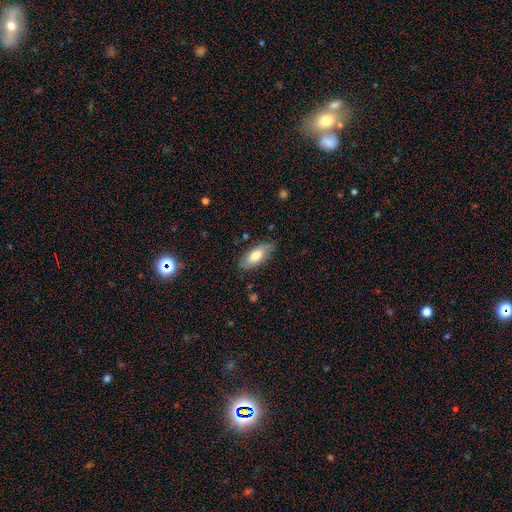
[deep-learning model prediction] A smooth galaxy with no disk features (71%) that is in between round and cigar-shaped (83%). Merging: none (79%).